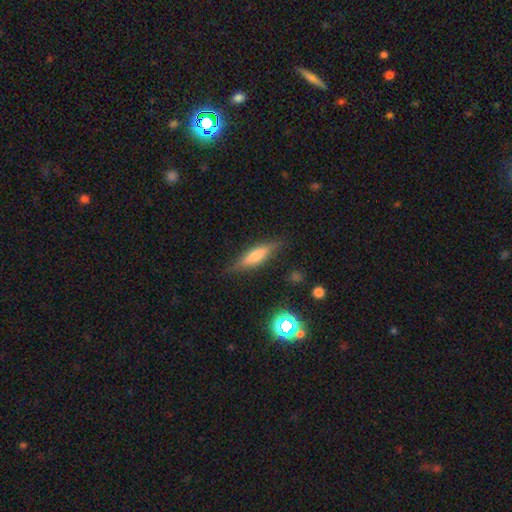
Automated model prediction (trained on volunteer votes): smooth 52%, featured or disk 39%, star or artifact 9%. Down the decision tree: how rounded — cigar-shaped (70%); merging — none (82%).